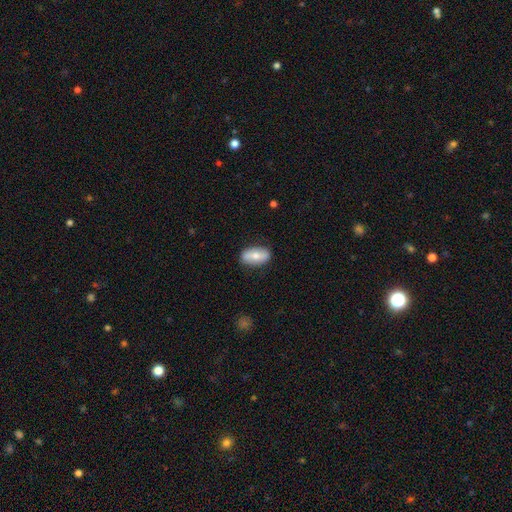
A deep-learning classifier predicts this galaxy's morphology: A smooth galaxy with no disk features (60%) that is in between round and cigar-shaped (90%). Merging: none (83%).